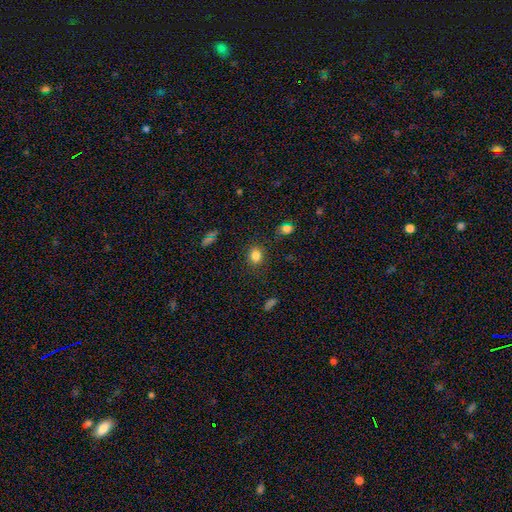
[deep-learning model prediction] Smooth or featured? Predicted: smooth (p=0.83). How rounded? Predicted: round (p=0.55). Merging? Predicted: none (p=0.84).